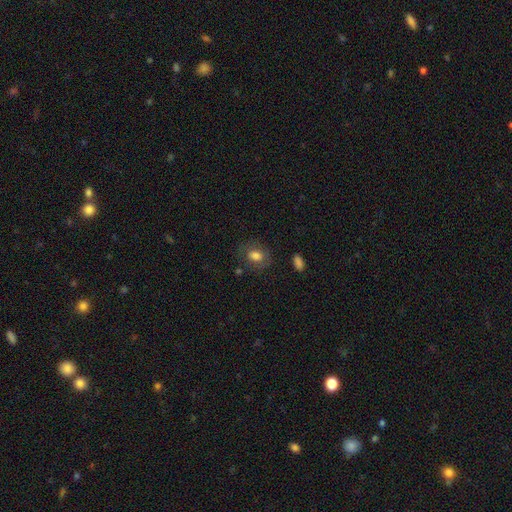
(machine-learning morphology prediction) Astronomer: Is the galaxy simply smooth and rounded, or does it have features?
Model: smooth — 72%.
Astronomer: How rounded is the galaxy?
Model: in between — 63%.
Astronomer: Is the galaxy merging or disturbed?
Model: none — 72%.